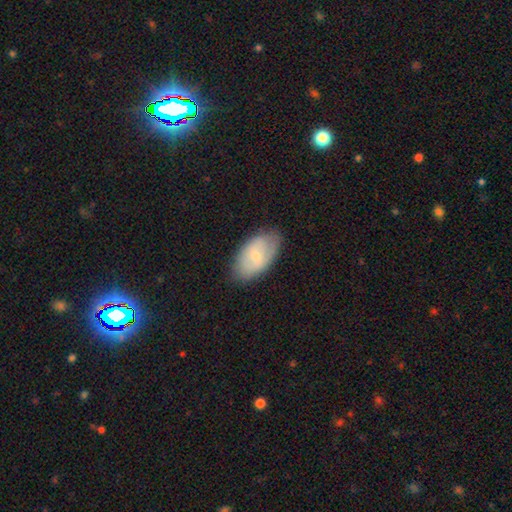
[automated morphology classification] type=smooth (57%); roundness=in between (93%); merging=none (80%).